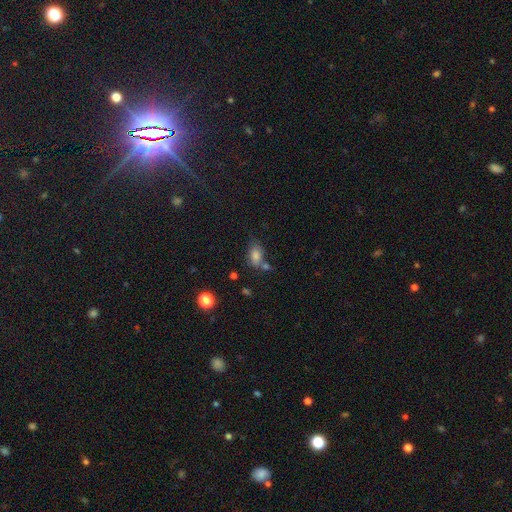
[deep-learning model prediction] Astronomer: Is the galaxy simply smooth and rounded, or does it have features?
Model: smooth — 78%.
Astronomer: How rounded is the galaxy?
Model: in between — 84%.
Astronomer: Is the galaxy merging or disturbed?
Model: none — 51%.